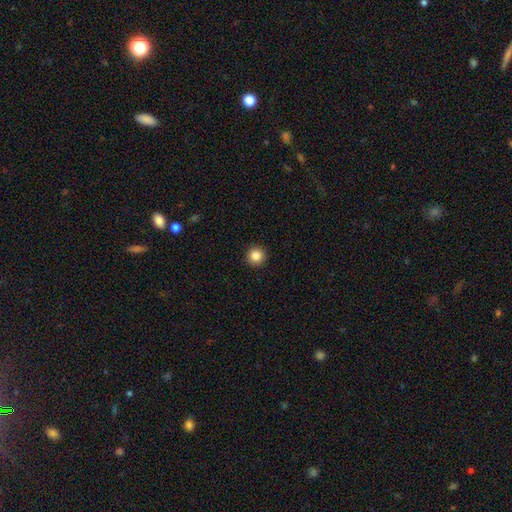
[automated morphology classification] Smooth or featured? smooth (86%)
How rounded? round (96%)
Merging? none (93%)